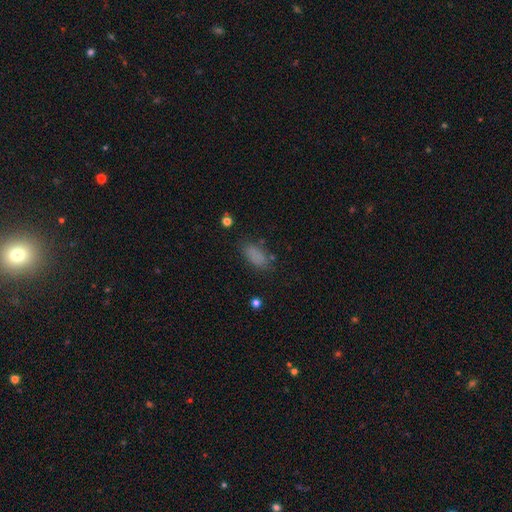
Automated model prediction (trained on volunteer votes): A smooth galaxy with no disk features (82%) that is in between round and cigar-shaped (89%). Merging: none (76%).